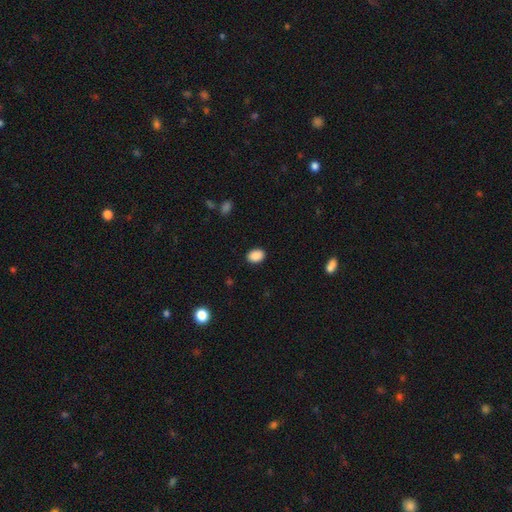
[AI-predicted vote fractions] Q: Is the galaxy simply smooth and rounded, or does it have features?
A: smooth — 89%.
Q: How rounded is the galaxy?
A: in between — 77%.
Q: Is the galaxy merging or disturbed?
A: none — 88%.